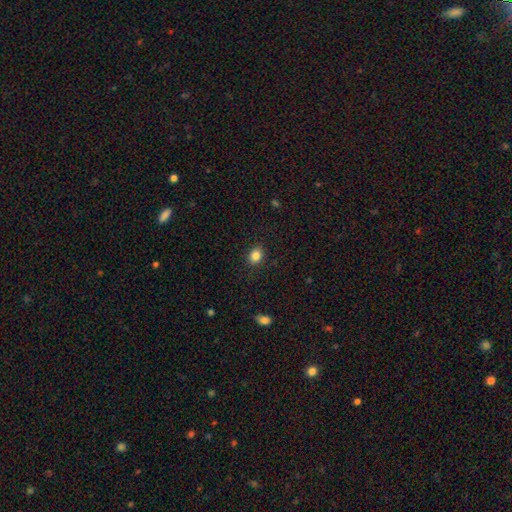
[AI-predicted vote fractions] Q: Smooth or featured?
A: smooth (85%); runner-up: star or artifact (10%)
Q: How rounded?
A: round (56%); runner-up: in between (43%)
Q: Merging?
A: none (87%); runner-up: minor disturbance (9%)